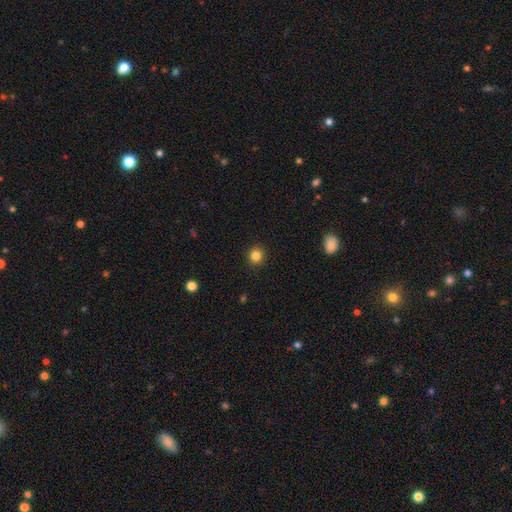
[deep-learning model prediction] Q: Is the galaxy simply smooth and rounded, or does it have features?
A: smooth — 84%.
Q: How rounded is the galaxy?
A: round — 91%.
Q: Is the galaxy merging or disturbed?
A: none — 92%.